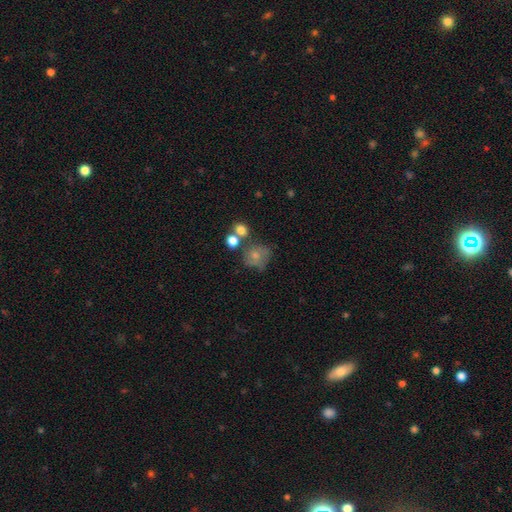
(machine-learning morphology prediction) Overall: smooth (69%). How rounded: round (74%). Merging: none (44%; merger 22%).